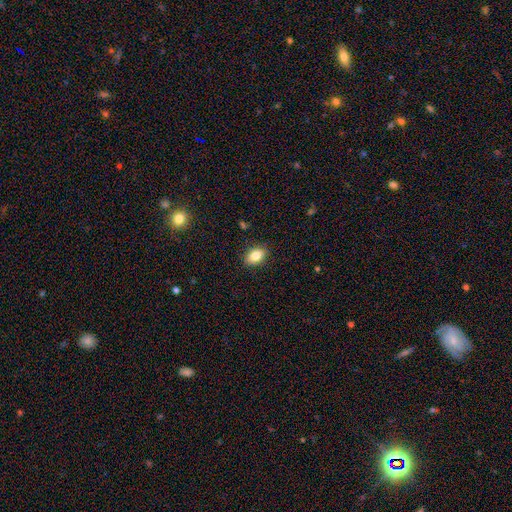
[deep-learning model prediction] This is clearly a smooth galaxy (83%). How rounded: clearly in between (84%). Merging: clearly none (87%).